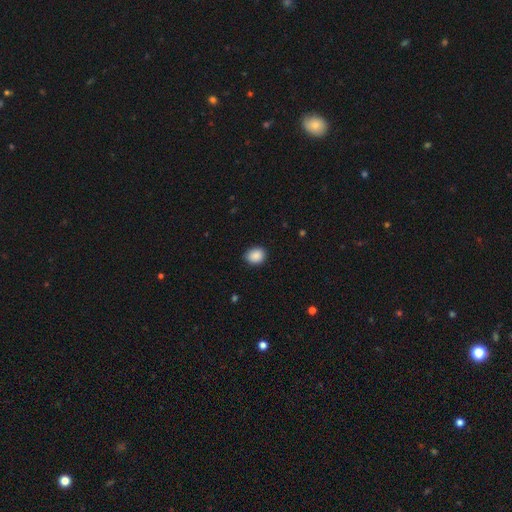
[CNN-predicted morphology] Smooth or featured?
  - smooth: 89% *
  - star or artifact: 8%
  - featured or disk: 3%
How rounded?
  - round: 58% *
  - in between: 41%
  - cigar-shaped: 1%
Merging?
  - none: 85% *
  - minor disturbance: 12%
  - major disturbance: 2%
  - merger: 1%